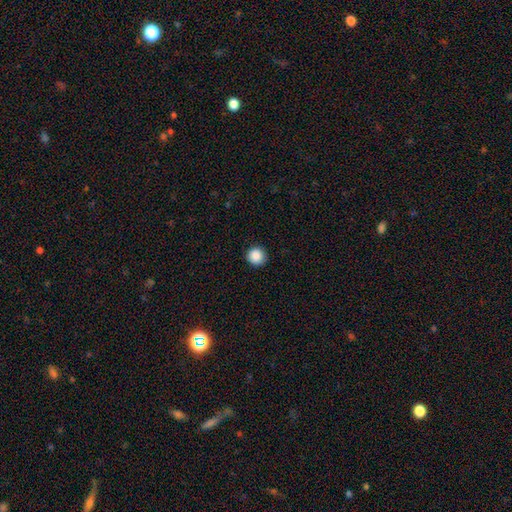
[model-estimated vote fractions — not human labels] This is clearly a smooth galaxy (88%). How rounded: clearly round (94%). Merging: clearly none (91%).